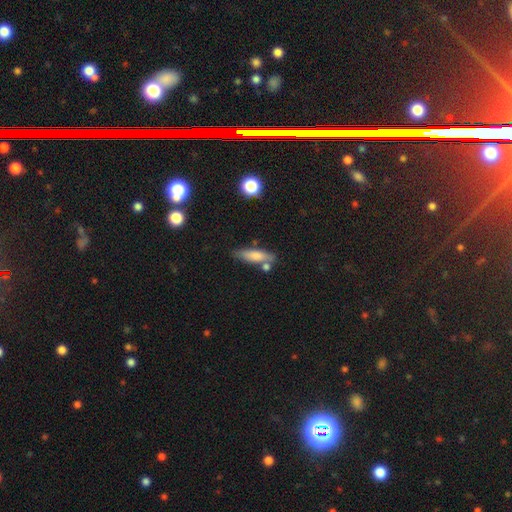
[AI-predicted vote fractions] smooth_or_featured: smooth (p=0.73) [alt: featured or disk p=0.19]
how_rounded: cigar-shaped (p=0.60) [alt: in between p=0.37]
merging: none (p=0.68) [alt: minor disturbance p=0.16]